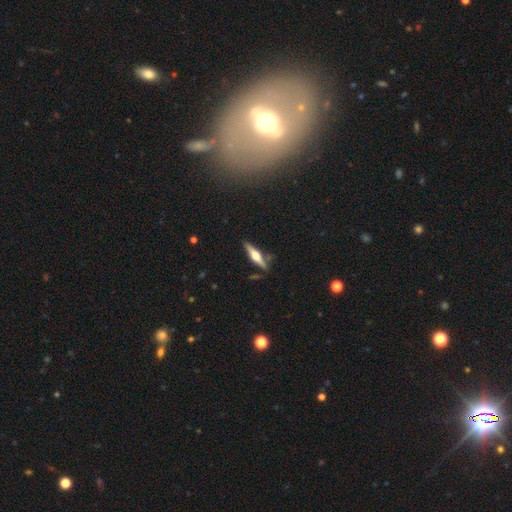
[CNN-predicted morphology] Smooth or featured?
  - featured or disk: 64% *
  - smooth: 29%
  - star or artifact: 6%
Edge-on disk?
  - yes: 97% *
  - no: 3%
Edge-on bulge?
  - rounded: 91% *
  - boxy: 6%
  - none: 3%
Merging?
  - none: 82% *
  - minor disturbance: 11%
  - merger: 4%
  - major disturbance: 3%